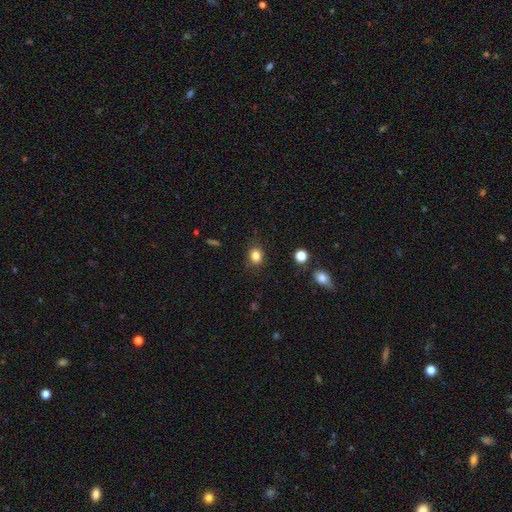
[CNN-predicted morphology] Smooth or featured: smooth — 84% (star or artifact — 11%)
How rounded: round — 60% (in between — 39%)
Merging: none — 84% (minor disturbance — 11%)